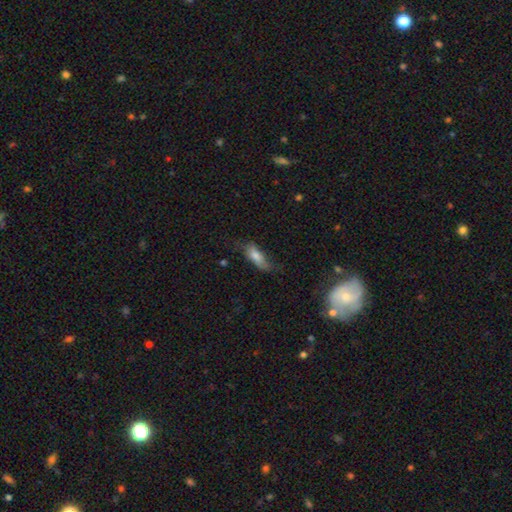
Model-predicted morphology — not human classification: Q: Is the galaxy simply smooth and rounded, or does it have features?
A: smooth — 68%.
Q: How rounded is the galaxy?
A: in between — 65%.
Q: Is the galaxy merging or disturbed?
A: none — 47%.